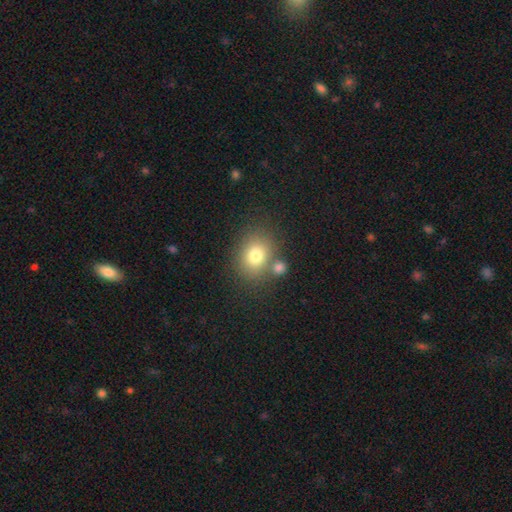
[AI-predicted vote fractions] Q: Smooth or featured?
A: smooth (77%); runner-up: star or artifact (12%)
Q: How rounded?
A: round (53%); runner-up: in between (46%)
Q: Merging?
A: none (66%); runner-up: merger (18%)